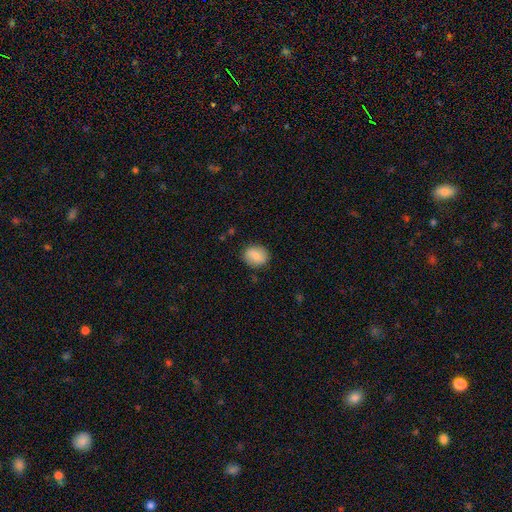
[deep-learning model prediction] A smooth galaxy with no disk features (81%) that is round (57%).

Vote fractions:
- Smooth or featured? smooth: 81% / featured or disk: 12% / star or artifact: 8%
- How rounded? round: 57% / in between: 41% / cigar-shaped: 1%
- Merging? none: 85% / minor disturbance: 11% / major disturbance: 3% / merger: 1%